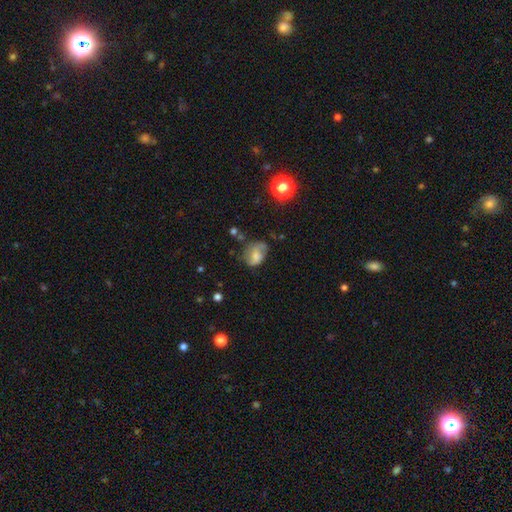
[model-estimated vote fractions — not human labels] The model was most divided on "smooth or featured": smooth: 51%, featured or disk: 38%, star or artifact: 11%. Remaining: how rounded — in between (66%); merging — none (45%).